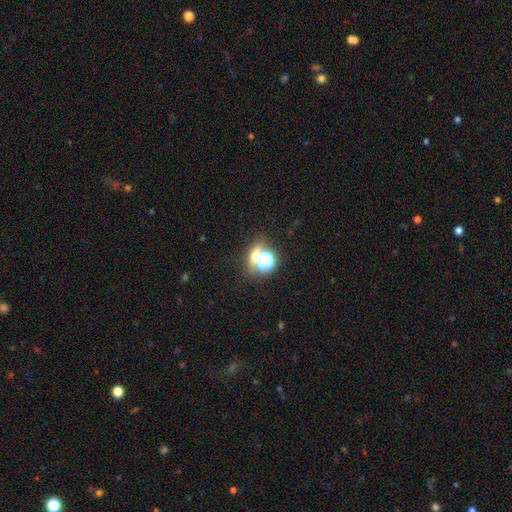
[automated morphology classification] This appears to be a star or artifact, not a galaxy (48%).